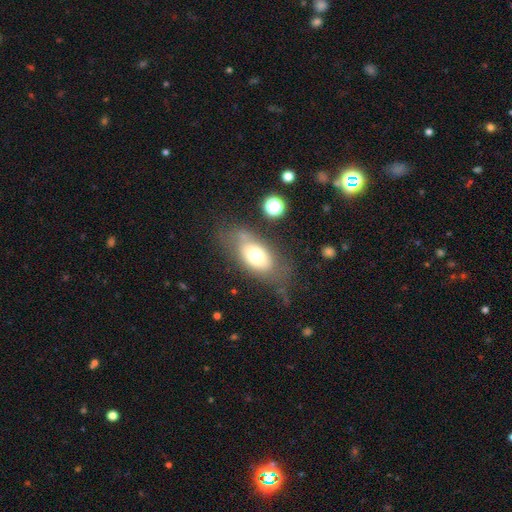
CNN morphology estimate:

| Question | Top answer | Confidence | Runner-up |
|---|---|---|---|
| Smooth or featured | smooth | 64% | featured or disk (27%) |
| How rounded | in between | 86% | round (10%) |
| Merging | none | 60% | minor disturbance (22%) |